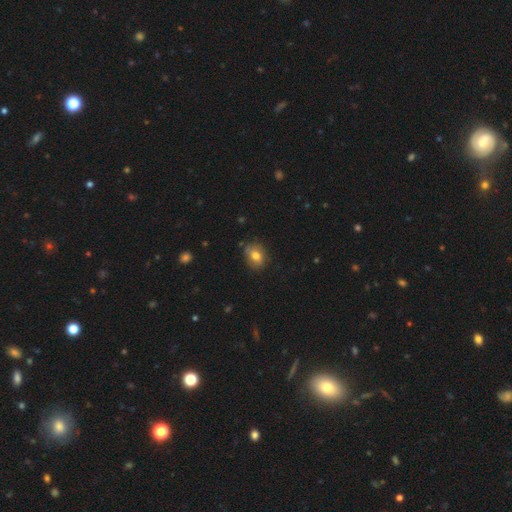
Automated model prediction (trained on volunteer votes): smooth-or-featured: smooth: 76% | featured or disk: 14% | star or artifact: 10%
  how-rounded: in between: 51% | round: 48% | cigar-shaped: 1%
  merging: none: 75% | minor disturbance: 19% | major disturbance: 4% | merger: 2%